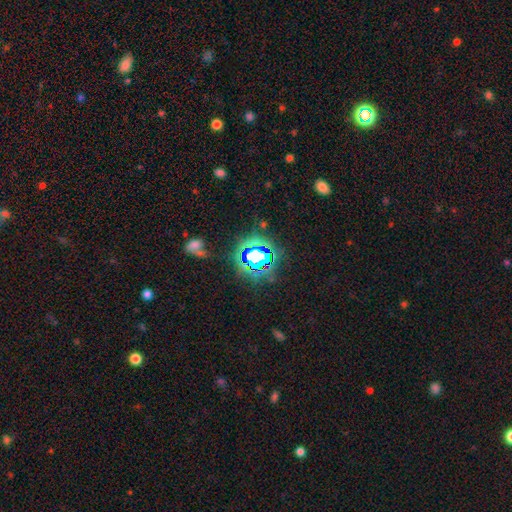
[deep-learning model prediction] This is likely a star or artifact rather than a galaxy (72%).